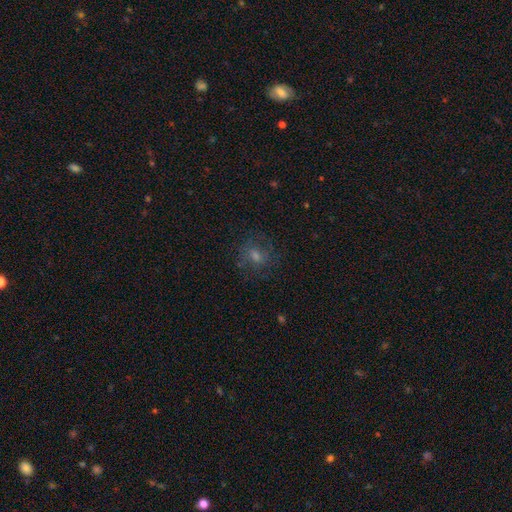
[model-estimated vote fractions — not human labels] The model was most divided on "smooth or featured" (2-way tie): featured or disk: 38%, smooth: 38%, star or artifact: 24%. More confident: merging — none (77%).